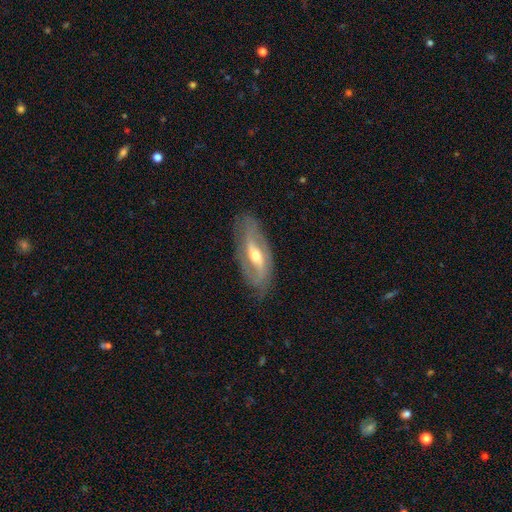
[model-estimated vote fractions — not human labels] Smooth or featured?
  - featured or disk: 81% *
  - smooth: 14%
  - star or artifact: 5%
Edge-on disk?
  - no: 87% *
  - yes: 13%
Bar?
  - weak: 40% *
  - strong: 37%
  - no: 23%
Spiral arms?
  - yes: 88% *
  - no: 12%
Spiral winding?
  - medium: 42% *
  - loose: 34%
  - tight: 24%
Spiral arm count?
  - 2: 83% *
  - can't tell: 10%
  - 1: 3%
  - 3: 2%
  - 4: 1%
  - more than 4: 1%
Bulge size?
  - moderate: 66% *
  - small: 28%
  - large: 4%
  - none: 1%
  - dominant: 1%
Merging?
  - none: 79% *
  - minor disturbance: 15%
  - major disturbance: 5%
  - merger: 1%